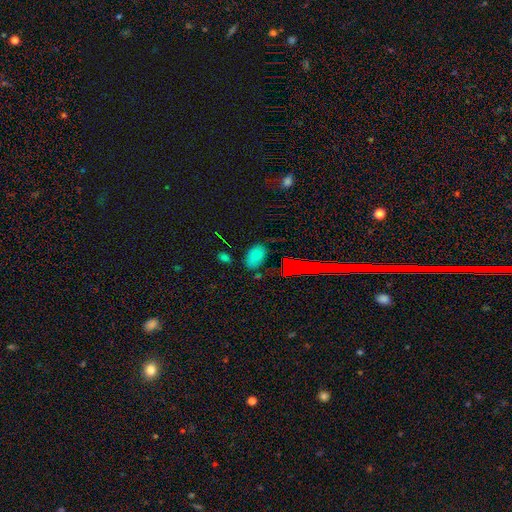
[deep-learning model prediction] The model was most divided on "smooth or featured": smooth: 74%, star or artifact: 19%, featured or disk: 7%. More confident: how rounded — in between (91%); merging — none (73%).